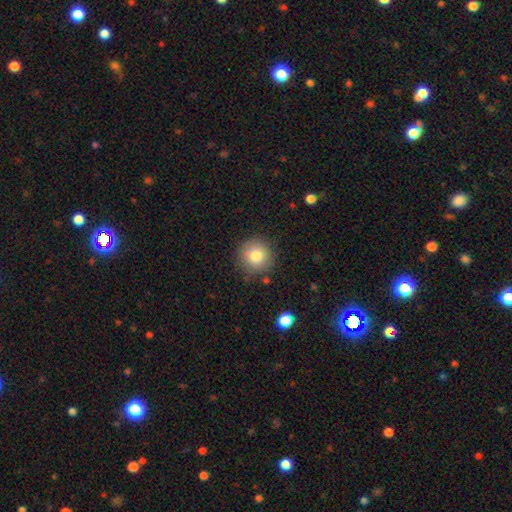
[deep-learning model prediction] A smooth galaxy with no disk features (82%) that is round (94%). Merging: none (84%).